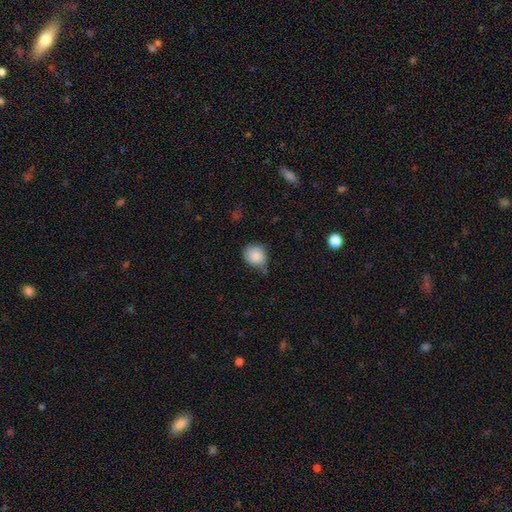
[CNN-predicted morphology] Smooth or featured? Predicted: smooth (p=0.87). How rounded? Predicted: round (p=0.80). Merging? Predicted: none (p=0.61).